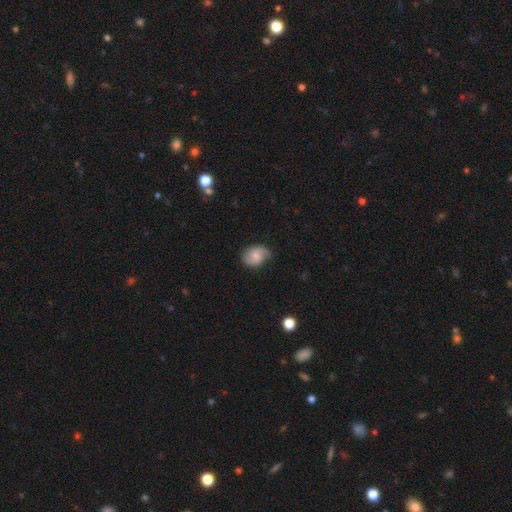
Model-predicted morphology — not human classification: smooth-or-featured: smooth: 58% | featured or disk: 35% | star or artifact: 8%
  how-rounded: in between: 63% | round: 36% | cigar-shaped: 1%
  merging: none: 65% | minor disturbance: 27% | major disturbance: 6% | merger: 1%